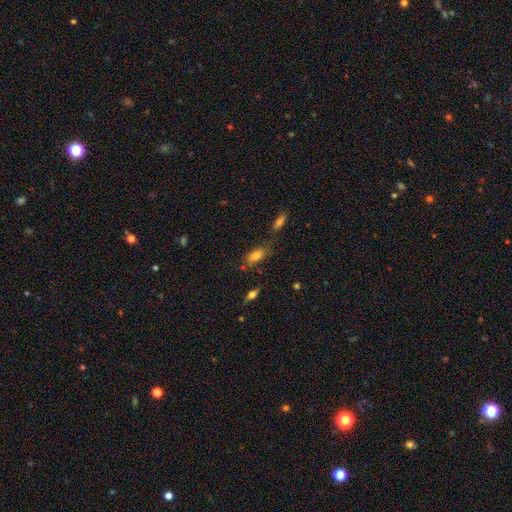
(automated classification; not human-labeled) This appears to be a smooth galaxy with no disk features (79%) that is in between round and cigar-shaped (81%). Merging: none (58%).